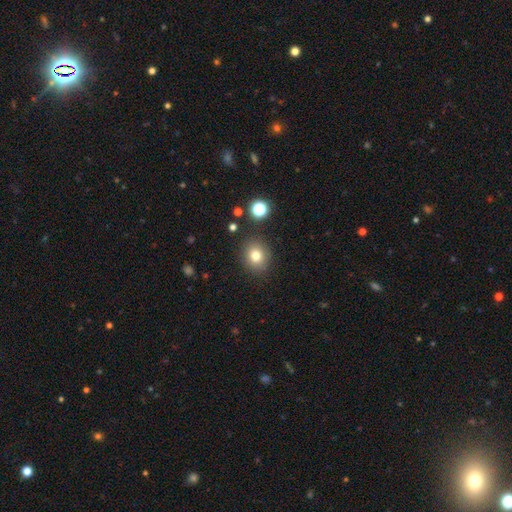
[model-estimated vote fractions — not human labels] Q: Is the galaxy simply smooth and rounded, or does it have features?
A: smooth — 78%.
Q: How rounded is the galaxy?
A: round — 74%.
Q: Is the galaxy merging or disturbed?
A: none — 87%.